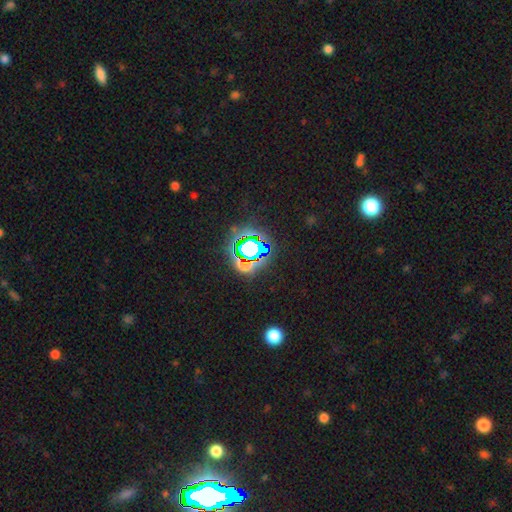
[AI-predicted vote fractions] This is likely a star or artifact rather than a galaxy (66%).